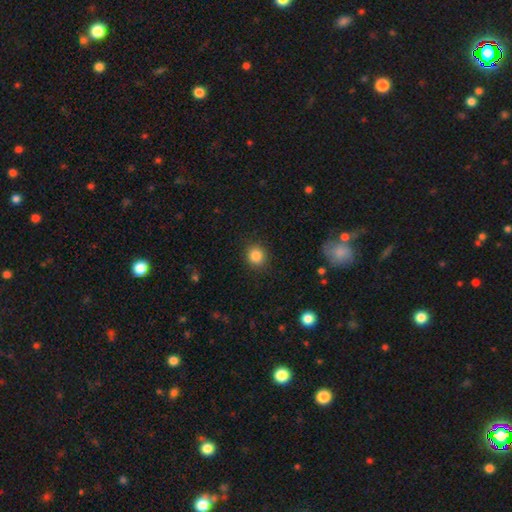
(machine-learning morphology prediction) Smooth or featured? smooth (85%)
How rounded? round (85%)
Merging? none (90%)